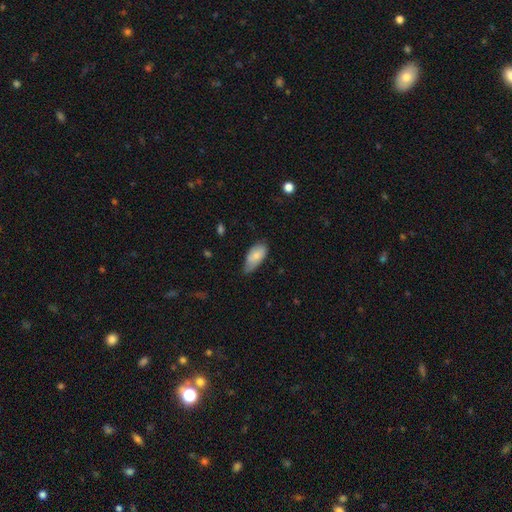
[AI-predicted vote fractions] Smooth or featured? smooth (79%)
How rounded? in between (92%)
Merging? none (47%)